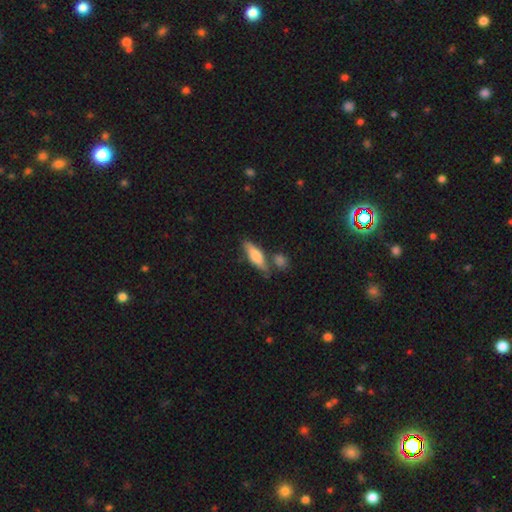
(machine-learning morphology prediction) The model was most divided on "how rounded": cigar-shaped: 56%, in between: 42%, round: 3%. More confident: merging — none (68%); smooth or featured — smooth (64%).